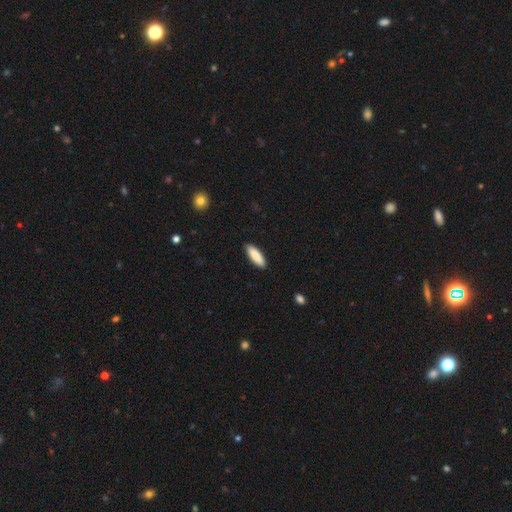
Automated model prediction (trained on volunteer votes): A smooth galaxy with no disk features (88%) that is in between round and cigar-shaped (58%). Merging: none (89%).